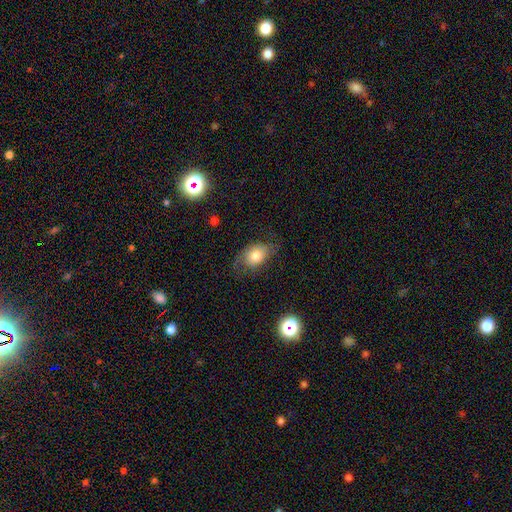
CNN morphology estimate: This is likely a smooth galaxy (68%). How rounded: likely in between (80%). Merging: possibly none (56%).